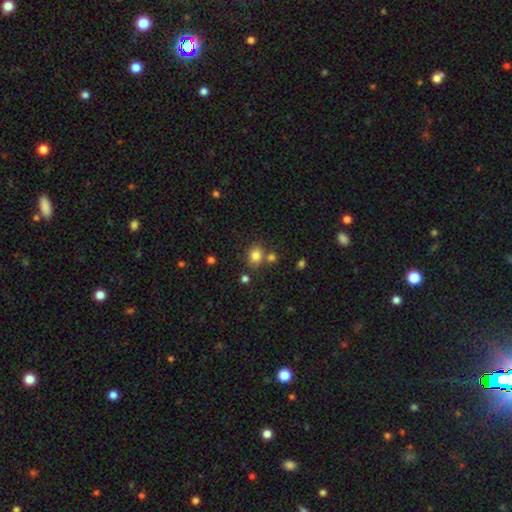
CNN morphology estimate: smooth-or-featured: smooth: 81% | star or artifact: 12% | featured or disk: 7%
  how-rounded: round: 62% | in between: 38% | cigar-shaped: 1%
  merging: none: 68% | merger: 18% | minor disturbance: 10% | major disturbance: 4%